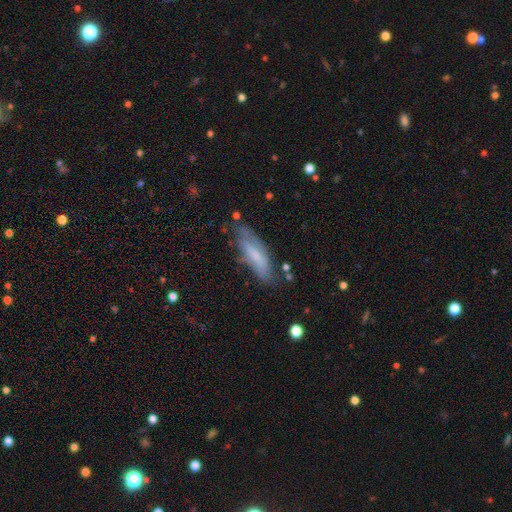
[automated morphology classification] smooth_or_featured: smooth (p=0.58) [alt: featured or disk p=0.35]
how_rounded: cigar-shaped (p=0.54) [alt: in between p=0.44]
merging: none (p=0.65) [alt: minor disturbance p=0.24]